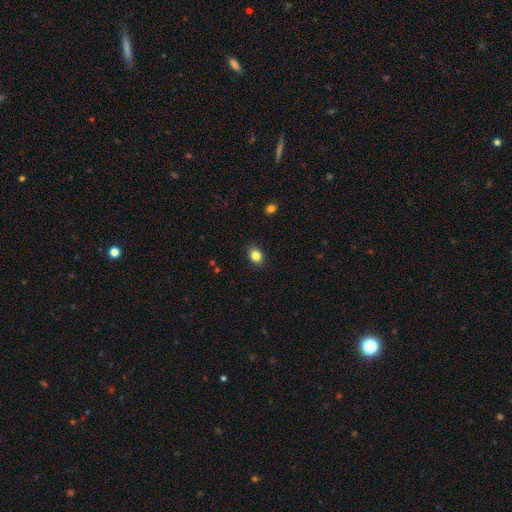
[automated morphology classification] Smooth or featured? Predicted: smooth (p=0.85). How rounded? Predicted: round (p=0.53). Merging? Predicted: none (p=0.88).